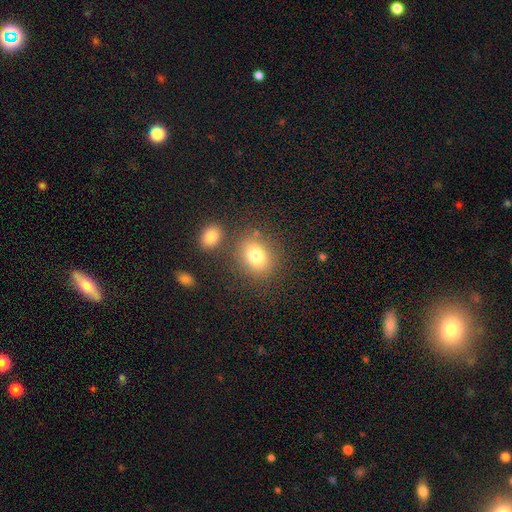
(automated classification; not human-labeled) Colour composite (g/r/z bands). It shows a smooth galaxy with no disk features (77%) that is round (53%). Merging: none (75%).